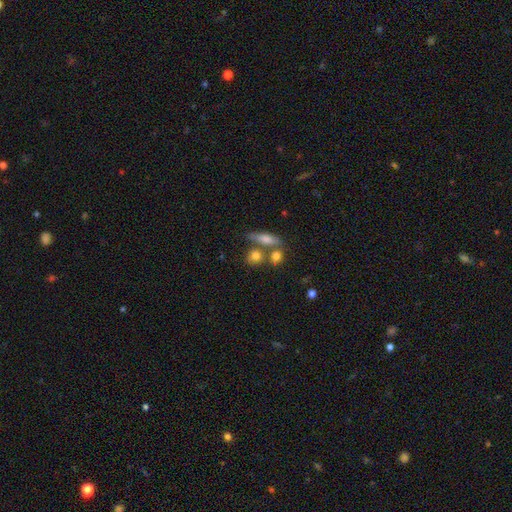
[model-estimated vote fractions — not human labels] Q: Smooth or featured?
A: smooth (75%); runner-up: featured or disk (14%)
Q: How rounded?
A: round (57%); runner-up: in between (33%)
Q: Merging?
A: none (55%); runner-up: merger (28%)